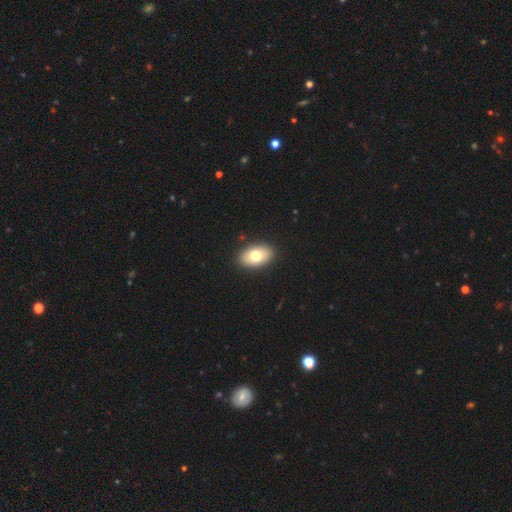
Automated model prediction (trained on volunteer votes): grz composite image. It shows a smooth galaxy with no disk features (77%) that is in between round and cigar-shaped (92%). Merging: none (90%).